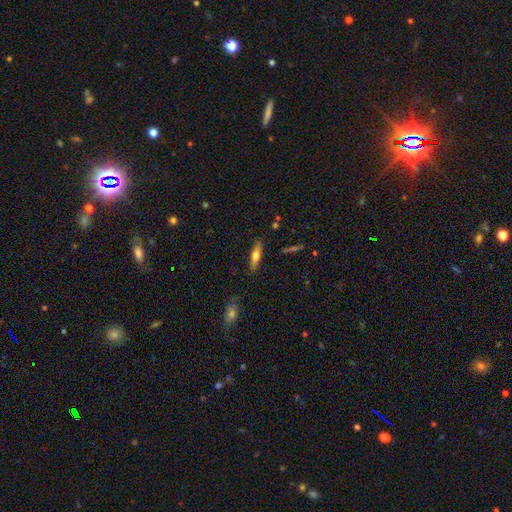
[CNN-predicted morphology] A smooth galaxy with no disk features (52%) that is cigar-shaped (65%). Merging: none (85%).